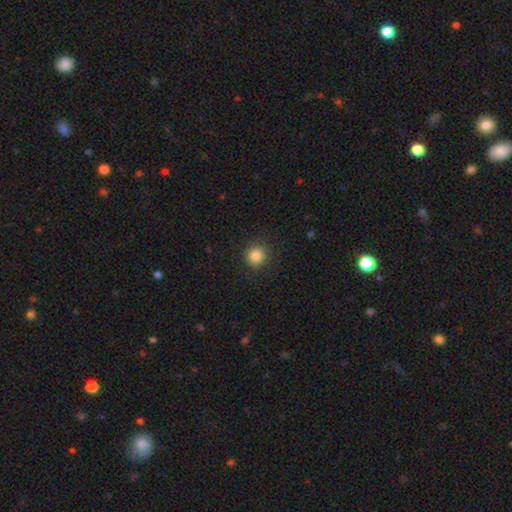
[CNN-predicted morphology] type=smooth (85%); roundness=round (90%); merging=none (88%).